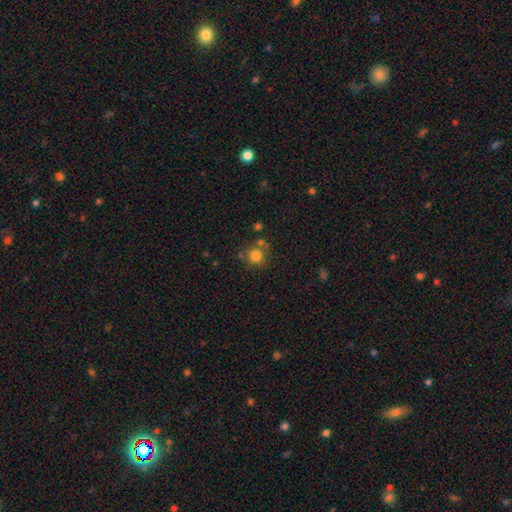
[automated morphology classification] smooth_or_featured: smooth (p=0.79) [alt: star or artifact p=0.13]
how_rounded: round (p=0.91) [alt: in between p=0.08]
merging: none (p=0.70) [alt: merger p=0.14]